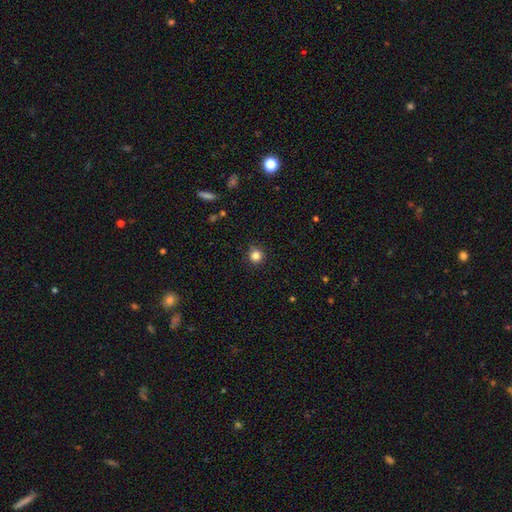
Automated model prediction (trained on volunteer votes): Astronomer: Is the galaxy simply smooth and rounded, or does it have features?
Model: smooth — 83%.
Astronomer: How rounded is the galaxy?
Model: round — 94%.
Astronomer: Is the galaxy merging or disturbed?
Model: none — 90%.